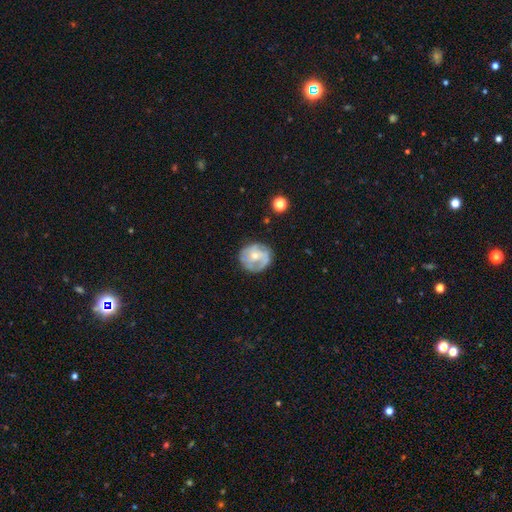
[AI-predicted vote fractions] A featured or disk galaxy (62%) with no bar (67%), spiral arms (68%) and a small central bulge (52%). Merging: none (68%).